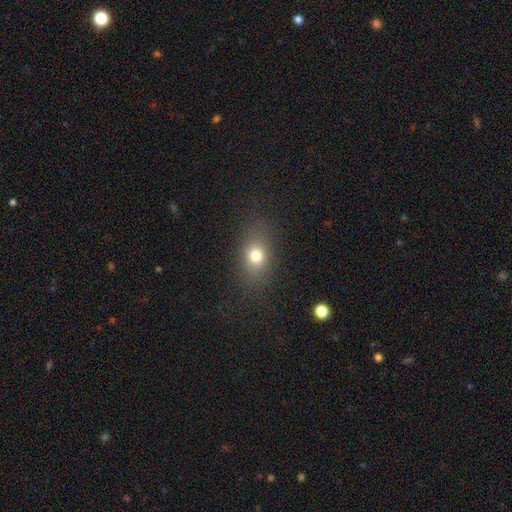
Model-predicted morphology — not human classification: A smooth galaxy with no disk features (76%) that is in between round and cigar-shaped (65%). Merging: none (82%).